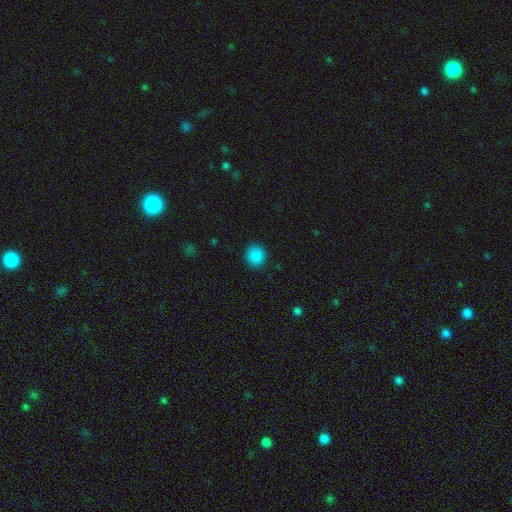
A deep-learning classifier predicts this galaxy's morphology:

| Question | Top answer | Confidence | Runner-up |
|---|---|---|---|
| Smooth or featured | smooth | 87% | star or artifact (10%) |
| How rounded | round | 89% | in between (10%) |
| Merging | none | 90% | minor disturbance (6%) |